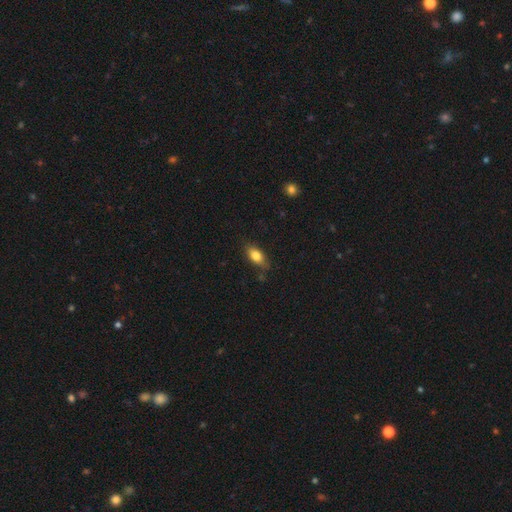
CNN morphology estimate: Q: Smooth or featured?
A: smooth (80%); runner-up: featured or disk (12%)
Q: How rounded?
A: in between (85%); runner-up: cigar-shaped (9%)
Q: Merging?
A: none (76%); runner-up: minor disturbance (18%)